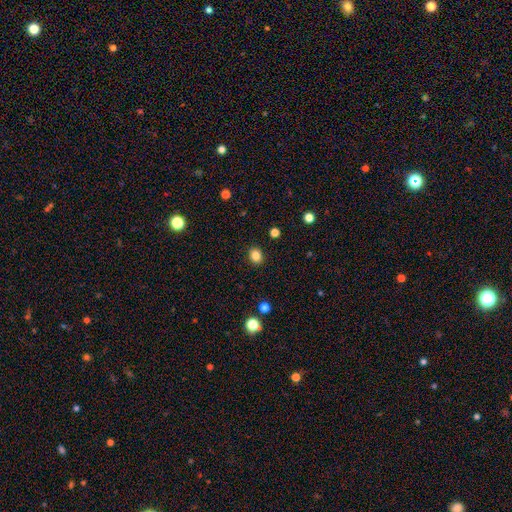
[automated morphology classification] type=smooth (84%); roundness=round (60%); merging=none (90%).